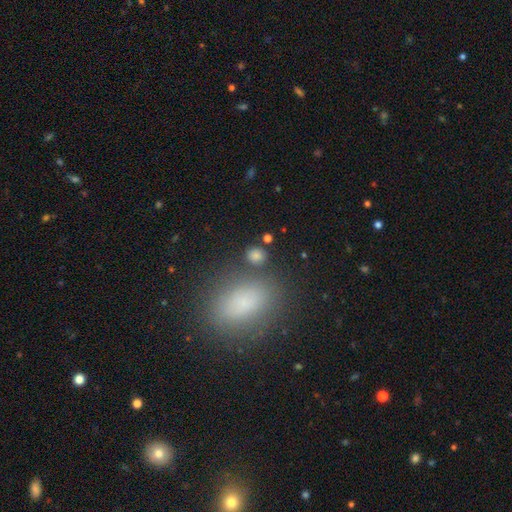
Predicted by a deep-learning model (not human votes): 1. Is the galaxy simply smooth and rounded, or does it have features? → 80% smooth, 13% star or artifact, 7% featured or disk.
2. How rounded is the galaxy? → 77% round, 21% in between, 1% cigar-shaped.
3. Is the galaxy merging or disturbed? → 79% none, 10% minor disturbance, 7% merger, 4% major disturbance.